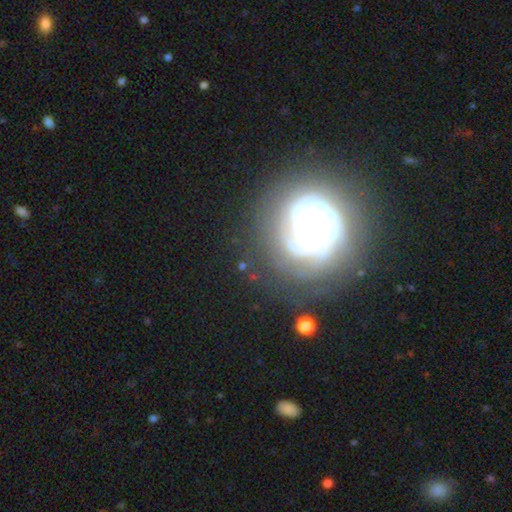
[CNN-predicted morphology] Smooth or featured? featured or disk (61%)
Edge-on disk? no (95%)
Bar? no (66%)
Spiral arms? yes (78%)
Bulge size? moderate (40%)
Merging? none (78%)